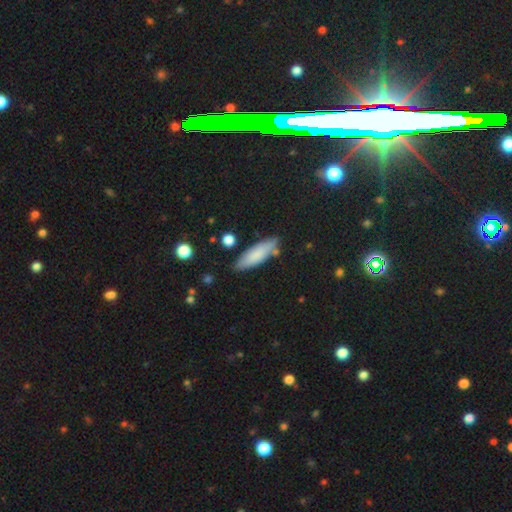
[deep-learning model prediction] Smooth or featured?
  - smooth: 78% *
  - featured or disk: 15%
  - star or artifact: 7%
How rounded?
  - cigar-shaped: 50% *
  - in between: 48%
  - round: 2%
Merging?
  - none: 79% *
  - minor disturbance: 14%
  - merger: 4%
  - major disturbance: 3%